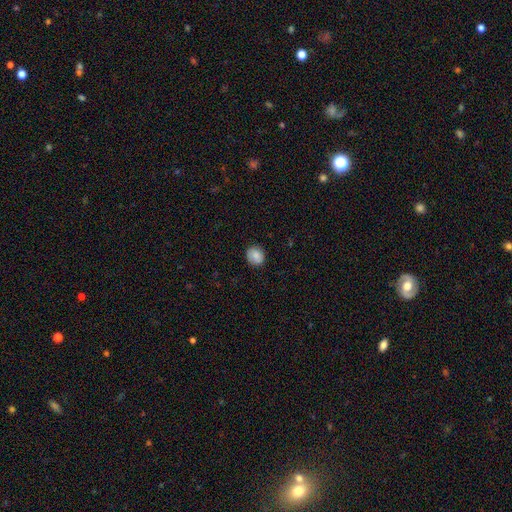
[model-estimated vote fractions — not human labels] Morphology: type=smooth (83%); roundness=round (75%); merging=none (86%).